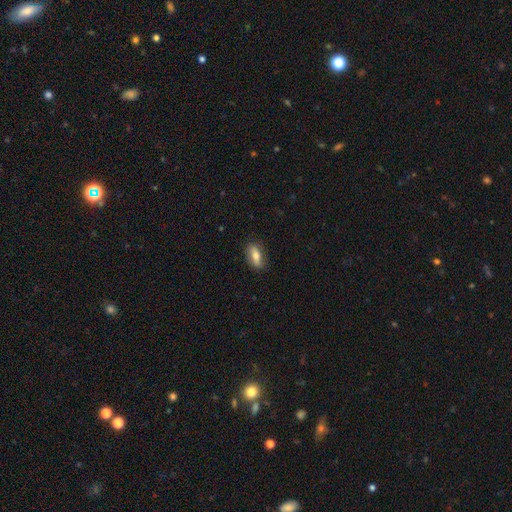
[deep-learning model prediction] This appears to be a smooth galaxy with no disk features (63%) that is in between round and cigar-shaped (77%). Merging: none (82%).